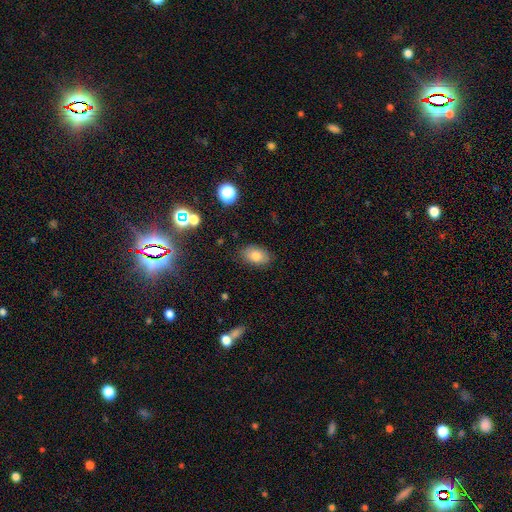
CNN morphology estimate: The model was most divided on "smooth or featured": smooth: 80%, featured or disk: 10%, star or artifact: 9%. More confident: how rounded — in between (88%); merging — none (83%).